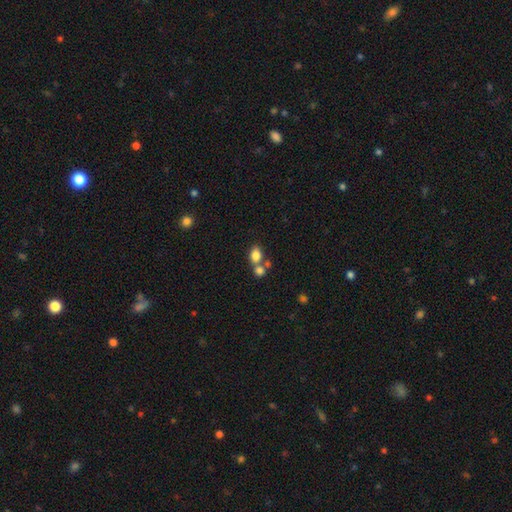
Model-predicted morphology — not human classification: smooth-or-featured: smooth: 81% | star or artifact: 11% | featured or disk: 8%
  how-rounded: in between: 57% | round: 41% | cigar-shaped: 1%
  merging: none: 45% | merger: 43% | minor disturbance: 9% | major disturbance: 4%